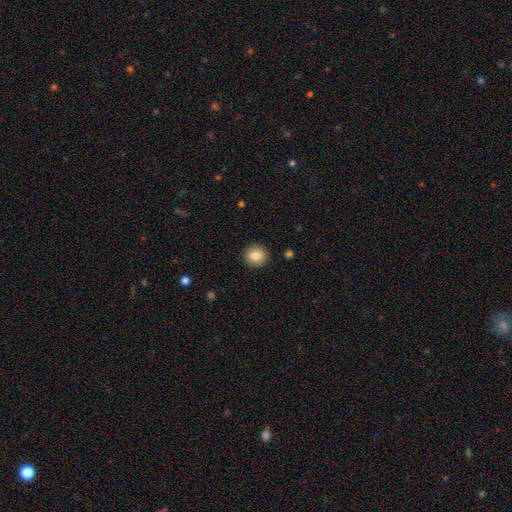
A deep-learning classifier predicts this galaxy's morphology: Smooth or featured: smooth — 86% (star or artifact — 8%)
How rounded: round — 89% (in between — 10%)
Merging: none — 91% (minor disturbance — 6%)